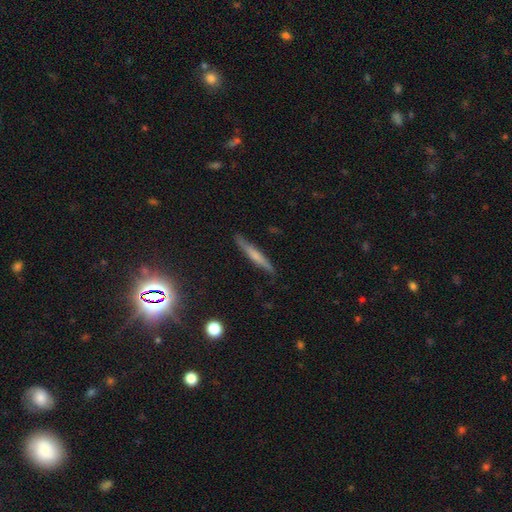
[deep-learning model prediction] Smooth or featured?
  - smooth: 49% *
  - featured or disk: 42%
  - star or artifact: 9%
Merging?
  - none: 85% *
  - minor disturbance: 11%
  - major disturbance: 2%
  - merger: 1%